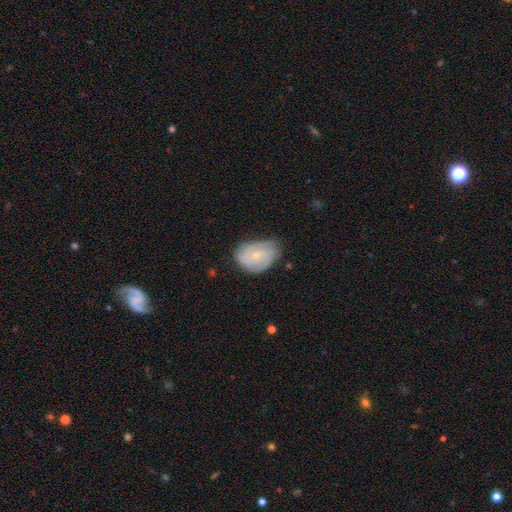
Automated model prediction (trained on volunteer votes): The model was most divided on "smooth or featured": featured or disk: 54%, smooth: 39%, star or artifact: 7%. More confident: edge-on disk — no (97%); spiral arms — yes (80%); bar — no (77%); bulge size — small (69%); merging — none (55%).